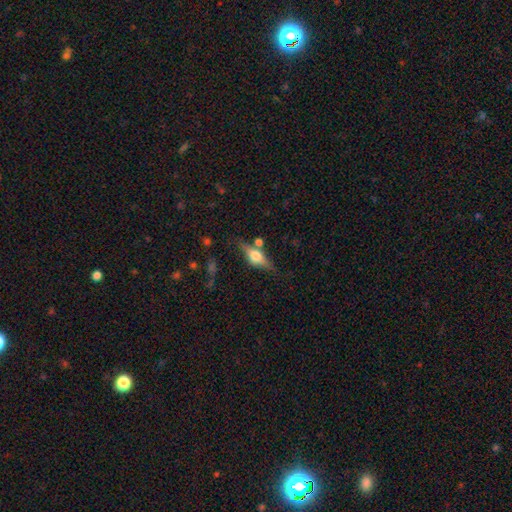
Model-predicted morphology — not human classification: smooth-or-featured: featured or disk: 58% | smooth: 34% | star or artifact: 8%
  disk-edge-on: yes: 92% | no: 8%
    edge-on-bulge: rounded: 93% | boxy: 5% | none: 2%
  merging: none: 73% | minor disturbance: 14% | merger: 9% | major disturbance: 4%